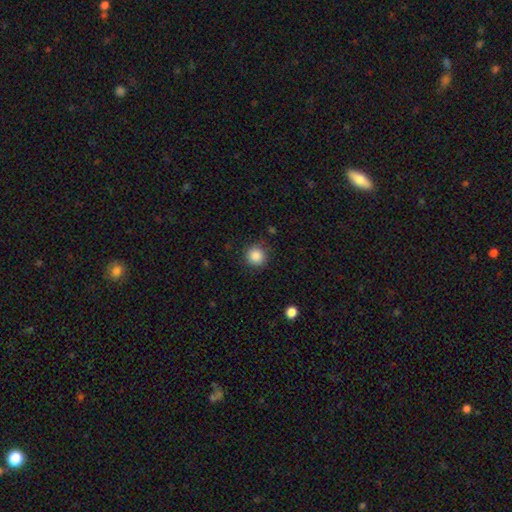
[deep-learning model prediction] The model was most divided on "merging": none: 86%, minor disturbance: 9%, major disturbance: 3%, merger: 1%. More confident: how rounded — round (94%); smooth or featured — smooth (87%).